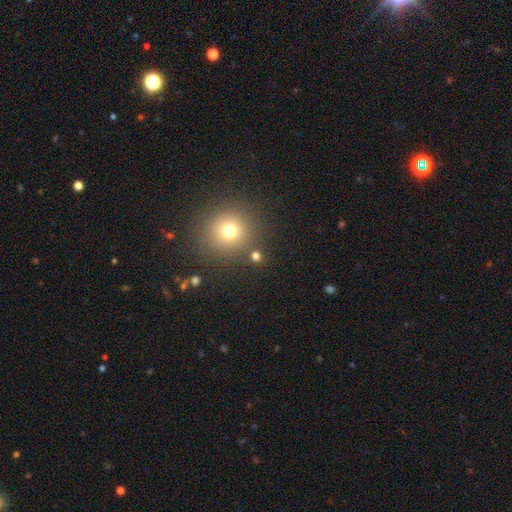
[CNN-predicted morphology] Smooth or featured? smooth (72%)
How rounded? round (90%)
Merging? none (82%)